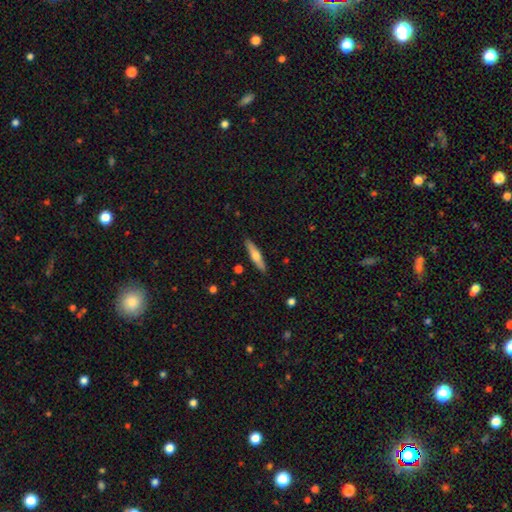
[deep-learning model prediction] Smooth or featured? smooth (49%)
Merging? none (90%)